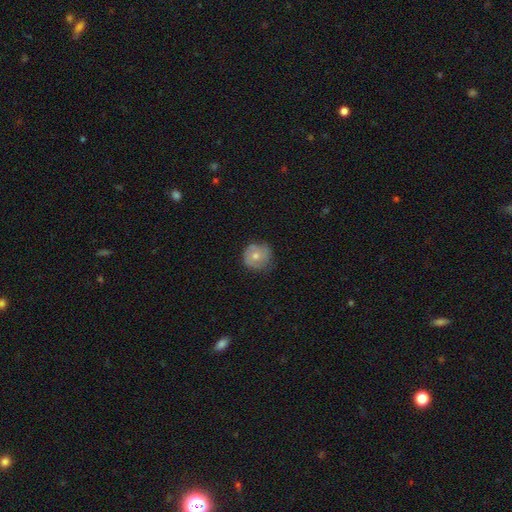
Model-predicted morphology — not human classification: Smooth or featured: smooth — 65% (featured or disk — 27%)
How rounded: round — 89% (in between — 10%)
Merging: none — 66% (minor disturbance — 26%)